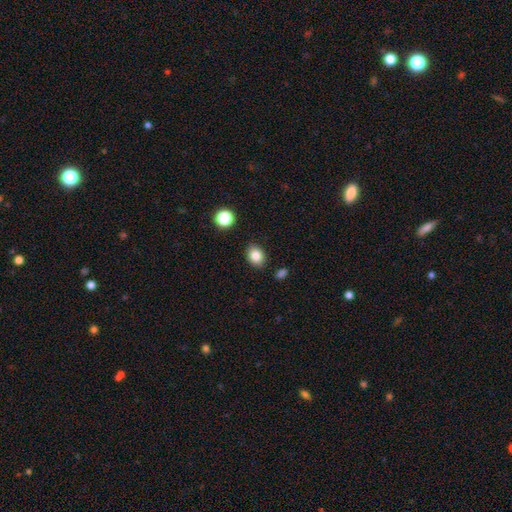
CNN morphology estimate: Q: Smooth or featured?
A: smooth (83%); runner-up: star or artifact (10%)
Q: How rounded?
A: in between (63%); runner-up: round (36%)
Q: Merging?
A: none (86%); runner-up: minor disturbance (9%)